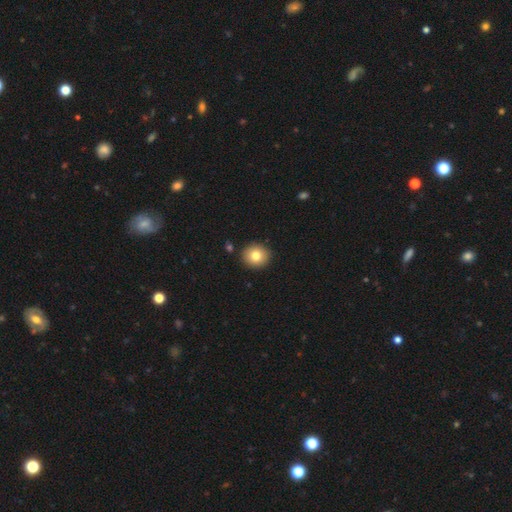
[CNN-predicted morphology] This appears to be a smooth galaxy with no disk features (80%) that is round (88%). Merging: none (91%).